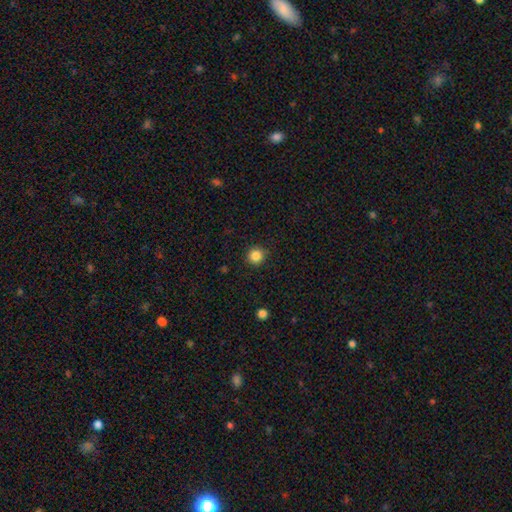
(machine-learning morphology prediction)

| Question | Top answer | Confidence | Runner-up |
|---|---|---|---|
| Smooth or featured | smooth | 85% | star or artifact (11%) |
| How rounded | round | 94% | in between (5%) |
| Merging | none | 91% | minor disturbance (6%) |